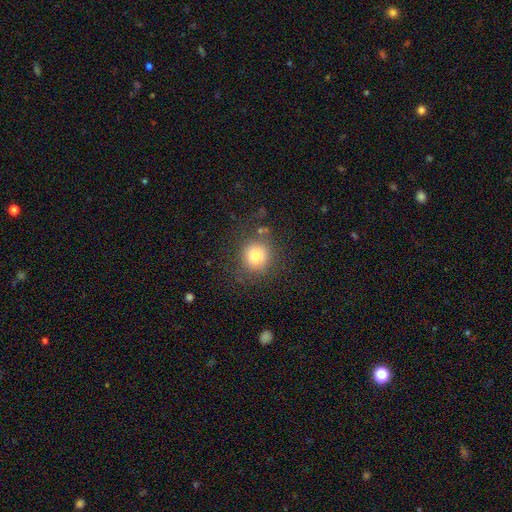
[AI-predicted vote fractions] Smooth or featured? Predicted: smooth (p=0.80). How rounded? Predicted: round (p=0.90). Merging? Predicted: none (p=0.78).